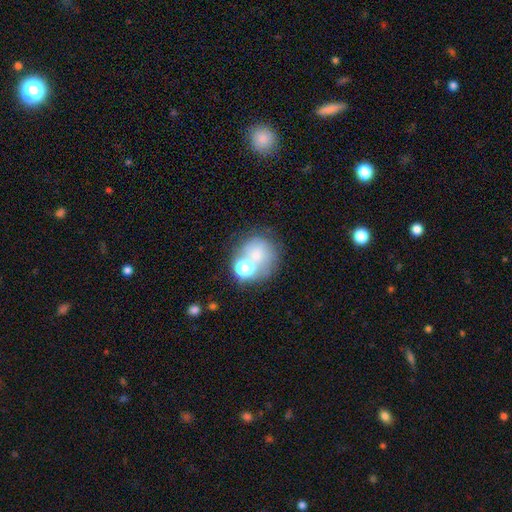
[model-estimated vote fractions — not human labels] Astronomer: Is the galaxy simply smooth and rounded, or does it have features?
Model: smooth — 61%.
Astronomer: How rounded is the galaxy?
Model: round — 79%.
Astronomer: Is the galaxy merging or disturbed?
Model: none — 45% (runner-up: merger, 30%).